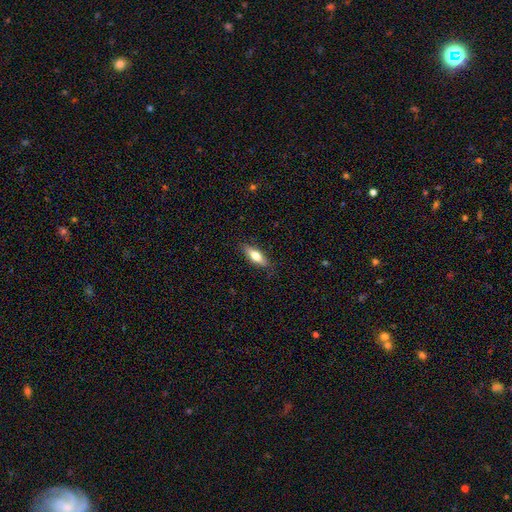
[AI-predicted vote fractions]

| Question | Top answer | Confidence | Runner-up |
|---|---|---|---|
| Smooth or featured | smooth | 65% | featured or disk (29%) |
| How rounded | in between | 59% | cigar-shaped (39%) |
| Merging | none | 85% | minor disturbance (11%) |